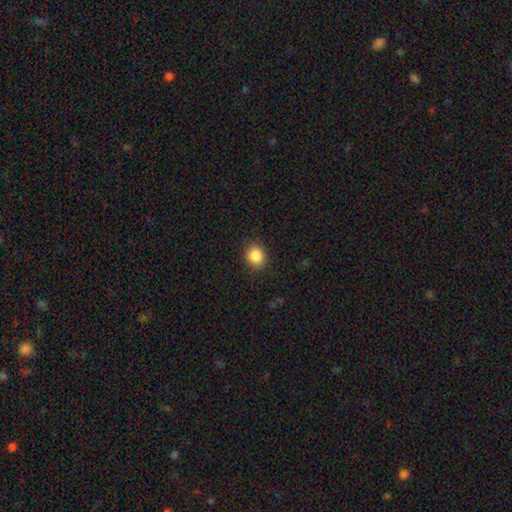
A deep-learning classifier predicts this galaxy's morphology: This is clearly a smooth galaxy (86%). How rounded: likely round (78%). Merging: clearly none (88%).